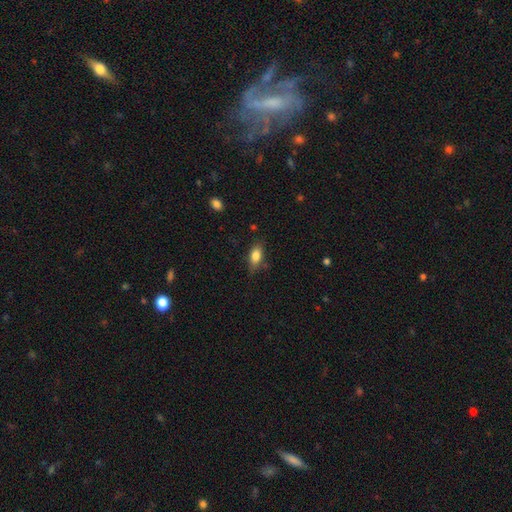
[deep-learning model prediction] Smooth or featured? Predicted: smooth (p=0.81). How rounded? Predicted: in between (p=0.85). Merging? Predicted: none (p=0.72).